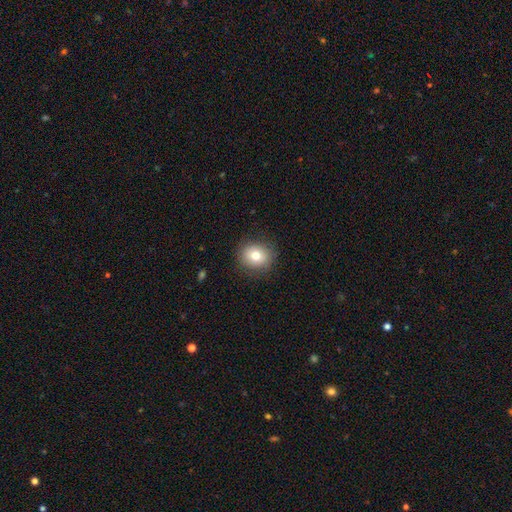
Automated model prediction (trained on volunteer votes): Morphology: type=smooth (77%); roundness=round (78%); merging=none (87%).